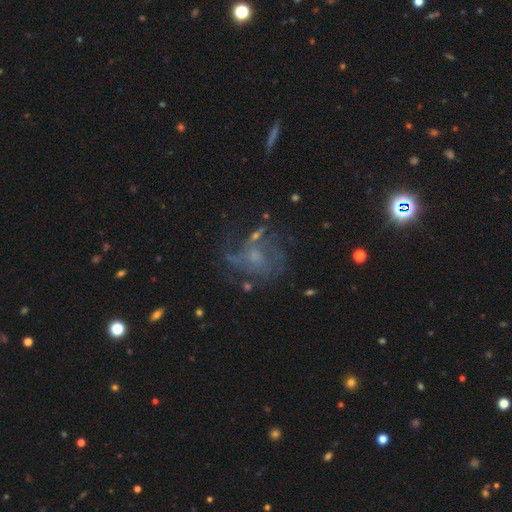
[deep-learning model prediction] The model was most divided on "bulge size": small: 56%, moderate: 26%, none: 14%, large: 2%, dominant: 1%. More confident: edge-on disk — no (97%); spiral arms — yes (72%); bar — no (69%); smooth or featured — featured or disk (60%); merging — none (57%).